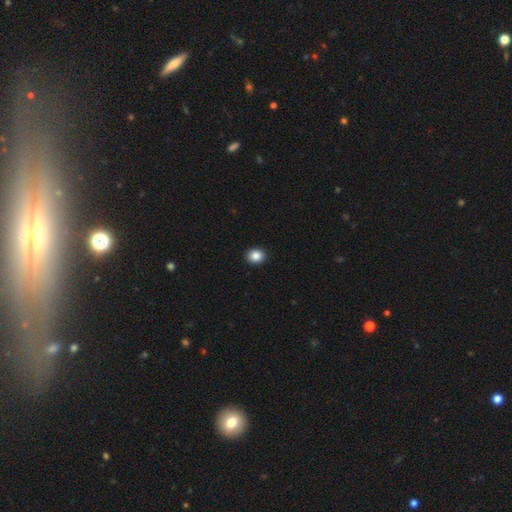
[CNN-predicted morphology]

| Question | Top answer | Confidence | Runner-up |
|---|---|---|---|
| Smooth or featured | smooth | 86% | star or artifact (9%) |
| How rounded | round | 71% | in between (28%) |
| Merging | none | 92% | minor disturbance (5%) |